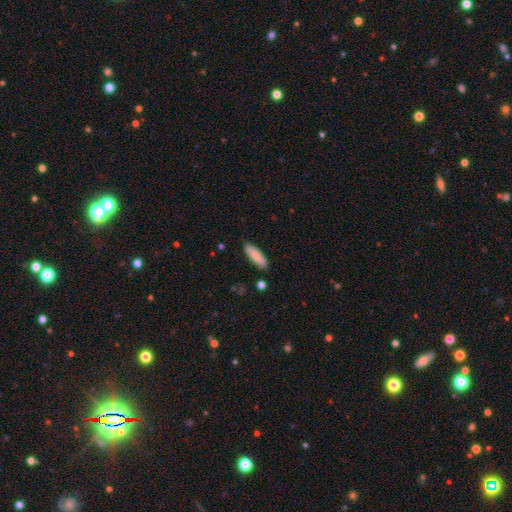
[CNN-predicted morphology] This appears to be a smooth galaxy with no disk features (82%) that is cigar-shaped (51%). Merging: none (86%).